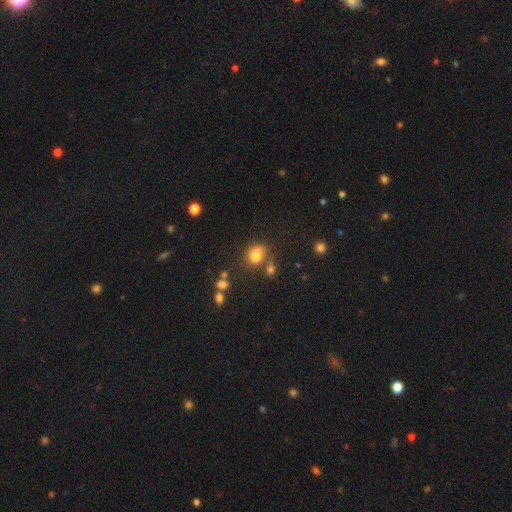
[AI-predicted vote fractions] A smooth galaxy with no disk features (77%) that is round (59%).

Vote fractions:
- Smooth or featured? smooth: 77% / star or artifact: 14% / featured or disk: 9%
- How rounded? round: 59% / in between: 40% / cigar-shaped: 1%
- Merging? none: 55% / merger: 21% / minor disturbance: 17% / major disturbance: 7%